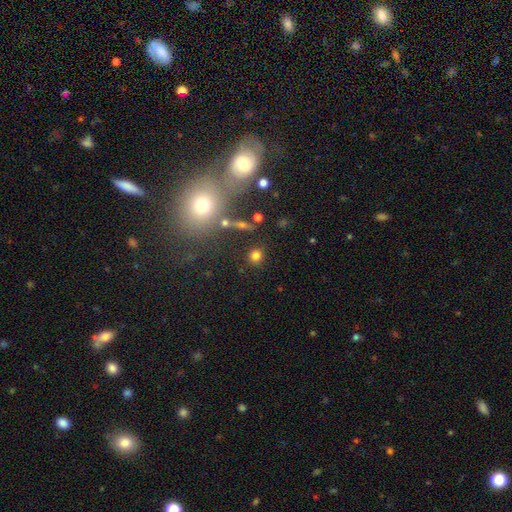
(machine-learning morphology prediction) smooth_or_featured: smooth (p=0.76) [alt: star or artifact p=0.15]
how_rounded: round (p=0.88) [alt: in between p=0.09]
merging: none (p=0.84) [alt: minor disturbance p=0.07]